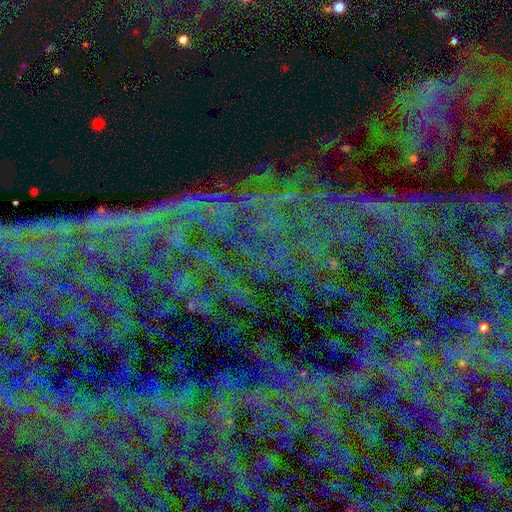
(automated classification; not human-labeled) smooth_or_featured: star or artifact (p=0.84) [alt: featured or disk p=0.09]